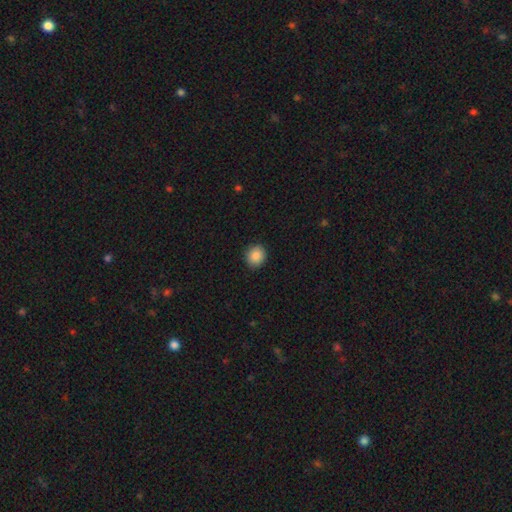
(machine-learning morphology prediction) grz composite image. It shows a smooth galaxy with no disk features (87%) that is round (84%). Merging: none (90%).